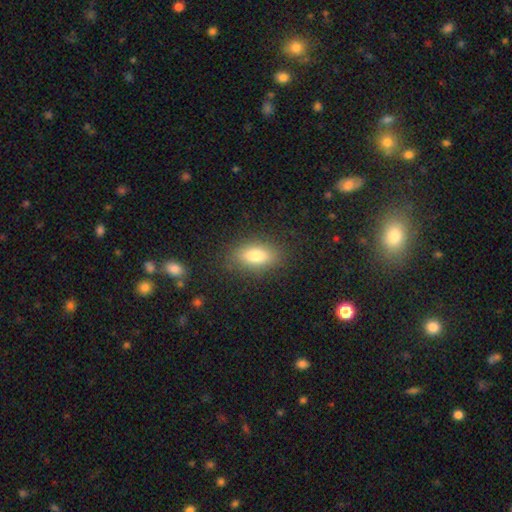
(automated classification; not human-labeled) The model was most divided on "smooth or featured": smooth: 79%, featured or disk: 12%, star or artifact: 9%. More confident: how rounded — in between (85%); merging — none (84%).